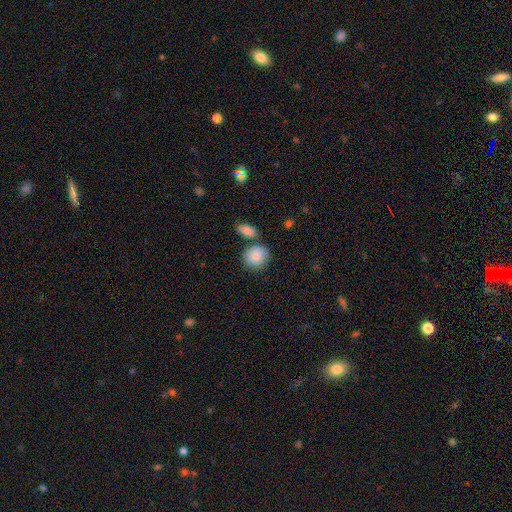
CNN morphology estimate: This appears to be a smooth galaxy with no disk features (87%) that is round (77%). Merging: none (66%).